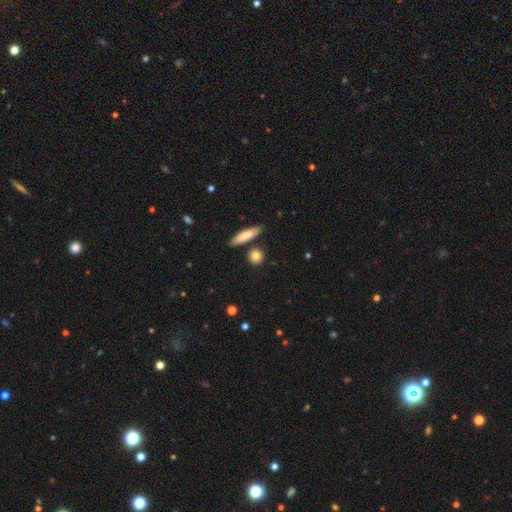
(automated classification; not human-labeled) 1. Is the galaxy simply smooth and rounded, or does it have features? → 81% smooth, 11% featured or disk, 7% star or artifact.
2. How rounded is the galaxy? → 64% round, 21% in between, 15% cigar-shaped.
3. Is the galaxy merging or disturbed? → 81% none, 10% minor disturbance, 6% merger, 3% major disturbance.